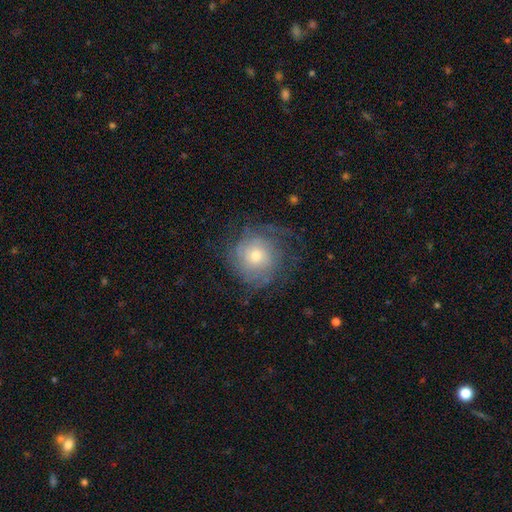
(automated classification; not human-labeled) Q: Smooth or featured?
A: featured or disk (58%); runner-up: smooth (32%)
Q: Edge-on disk?
A: no (97%); runner-up: yes (3%)
Q: Bar?
A: no (81%); runner-up: weak (16%)
Q: Spiral arms?
A: yes (80%); runner-up: no (20%)
Q: Bulge size?
A: moderate (50%); runner-up: small (42%)
Q: Merging?
A: none (66%); runner-up: minor disturbance (18%)